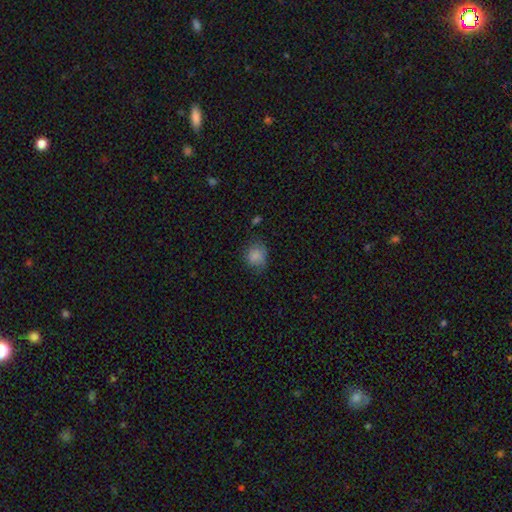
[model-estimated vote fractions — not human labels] Smooth or featured: smooth — 83% (star or artifact — 10%)
How rounded: round — 65% (in between — 34%)
Merging: none — 64% (minor disturbance — 26%)